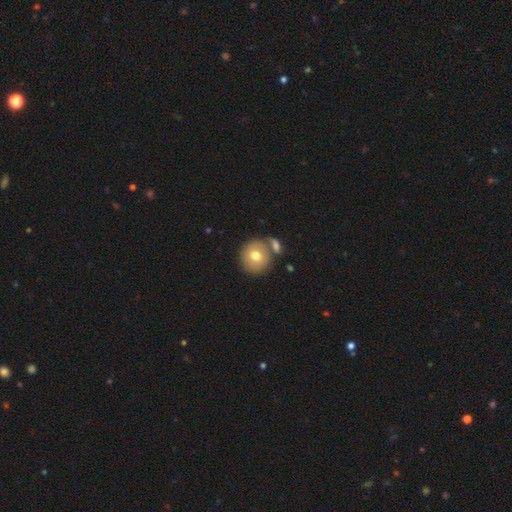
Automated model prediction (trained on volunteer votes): The model was most divided on "merging": none: 64%, merger: 22%, minor disturbance: 10%, major disturbance: 4%. More confident: how rounded — round (90%); smooth or featured — smooth (71%).